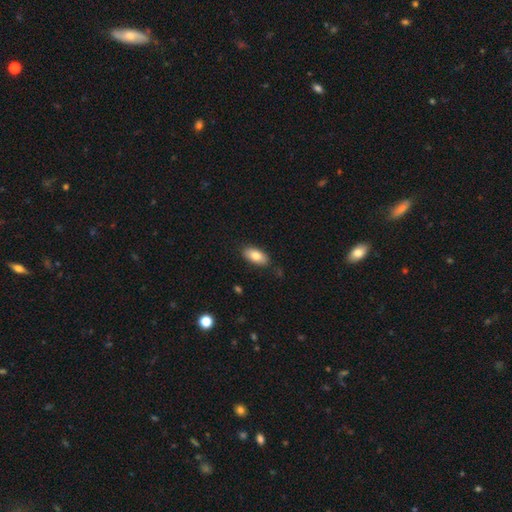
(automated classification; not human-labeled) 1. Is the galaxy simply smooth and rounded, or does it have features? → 80% smooth, 13% featured or disk, 7% star or artifact.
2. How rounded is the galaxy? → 90% in between, 6% cigar-shaped, 3% round.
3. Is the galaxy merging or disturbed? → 85% none, 12% minor disturbance, 2% major disturbance, 1% merger.